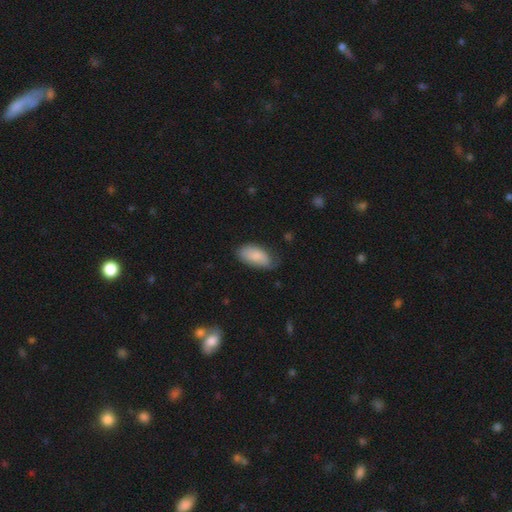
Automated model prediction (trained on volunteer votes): Q: Smooth or featured?
A: smooth (77%); runner-up: featured or disk (17%)
Q: How rounded?
A: in between (94%); runner-up: cigar-shaped (4%)
Q: Merging?
A: none (58%); runner-up: minor disturbance (32%)